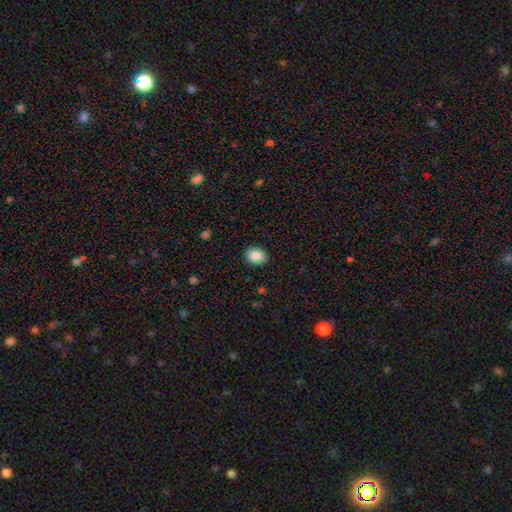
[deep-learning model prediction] smooth-or-featured: smooth: 86% | star or artifact: 8% | featured or disk: 6%
  how-rounded: in between: 63% | round: 36% | cigar-shaped: 1%
  merging: none: 89% | minor disturbance: 8% | major disturbance: 2% | merger: 1%